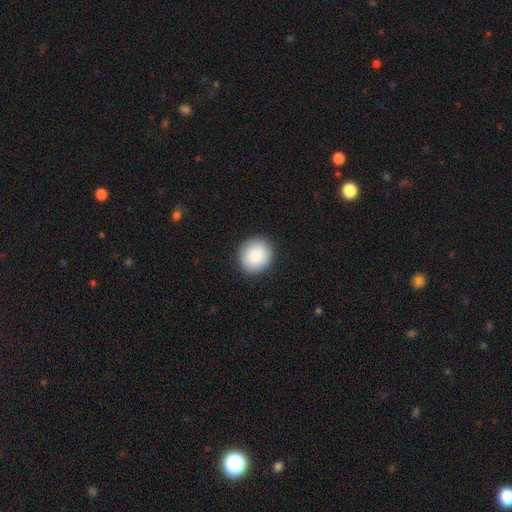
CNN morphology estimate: Smooth or featured? Predicted: smooth (p=0.88). How rounded? Predicted: round (p=0.80). Merging? Predicted: none (p=0.89).